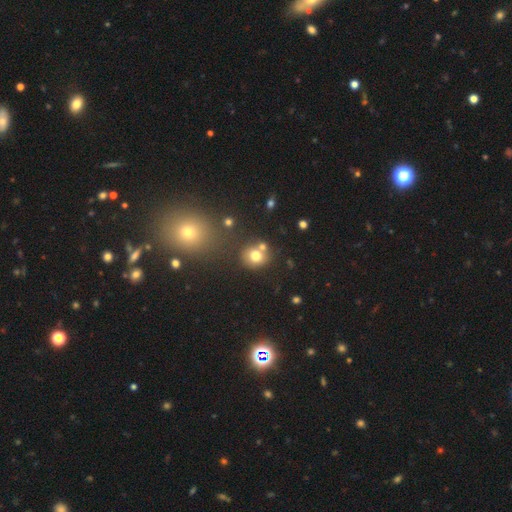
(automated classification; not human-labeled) Smooth or featured?
  - smooth: 75% *
  - star or artifact: 14%
  - featured or disk: 11%
How rounded?
  - round: 80% *
  - in between: 19%
  - cigar-shaped: 1%
Merging?
  - none: 62% *
  - merger: 23%
  - minor disturbance: 11%
  - major disturbance: 4%